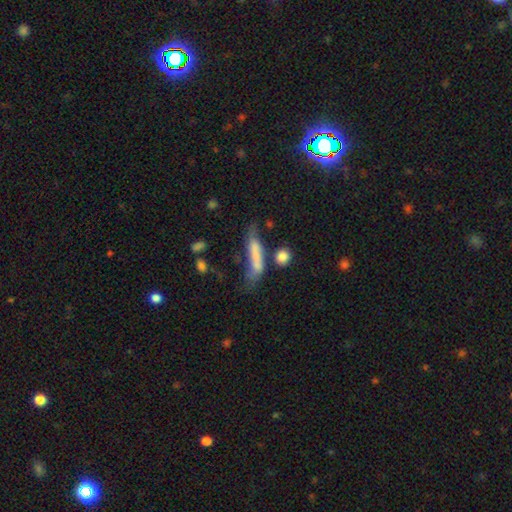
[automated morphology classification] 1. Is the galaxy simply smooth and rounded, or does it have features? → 61% smooth, 29% featured or disk, 10% star or artifact.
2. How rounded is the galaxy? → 70% cigar-shaped, 25% in between, 5% round.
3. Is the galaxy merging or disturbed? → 32% none, 24% major disturbance, 23% minor disturbance, 20% merger.